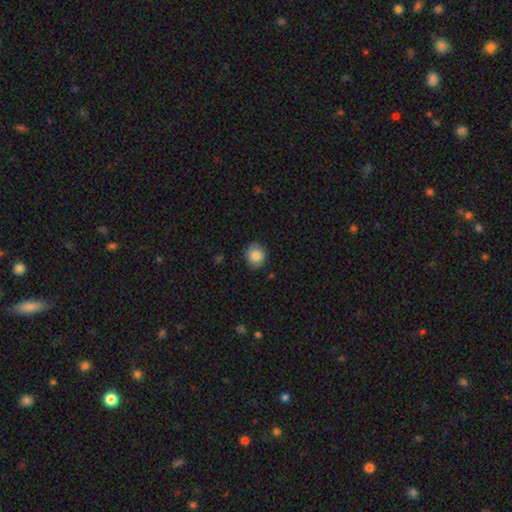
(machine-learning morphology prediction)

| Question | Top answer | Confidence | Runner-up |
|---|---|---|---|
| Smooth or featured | smooth | 85% | star or artifact (8%) |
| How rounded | round | 70% | in between (29%) |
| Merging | none | 84% | minor disturbance (13%) |